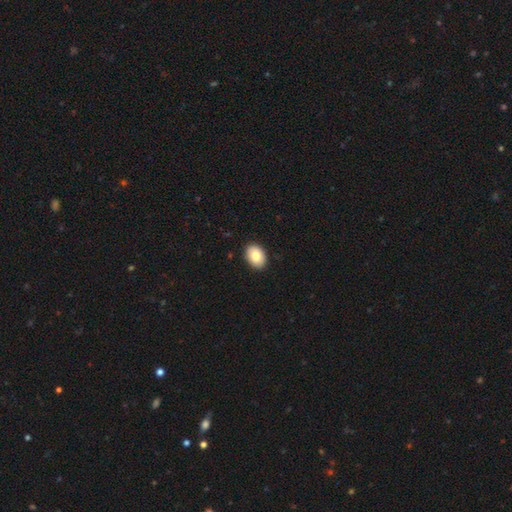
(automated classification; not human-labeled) Overall: smooth (84%). How rounded: in between (80%). Merging: none (90%).